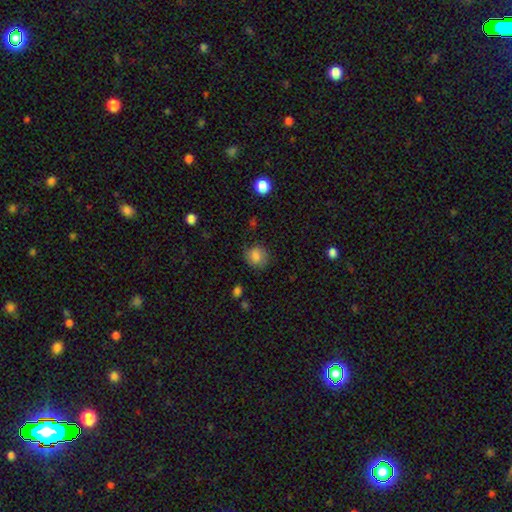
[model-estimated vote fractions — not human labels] Smooth or featured? smooth (83%)
How rounded? round (77%)
Merging? none (78%)